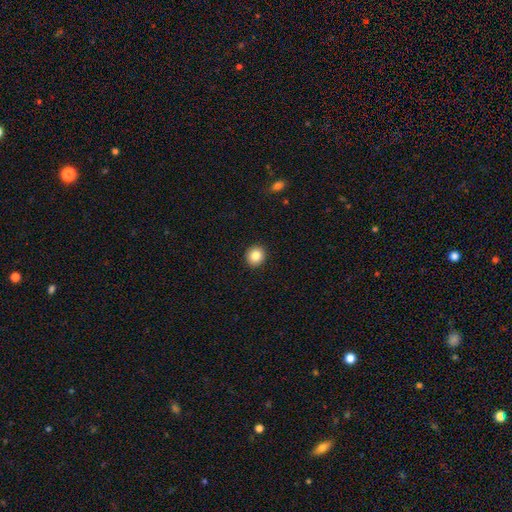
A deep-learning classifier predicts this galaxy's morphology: A smooth galaxy with no disk features (84%) that is round (87%). Merging: none (93%).